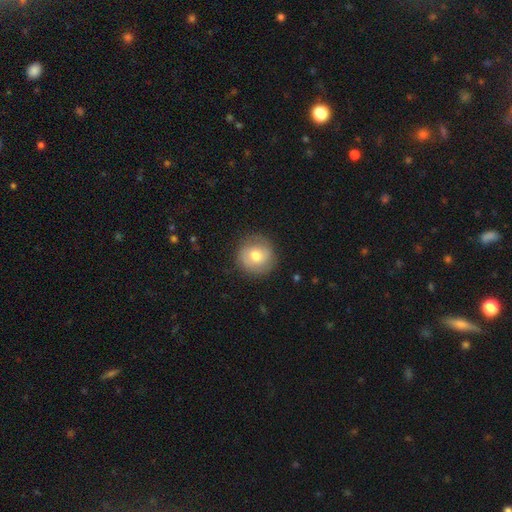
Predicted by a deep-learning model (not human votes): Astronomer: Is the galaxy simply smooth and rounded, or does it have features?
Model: smooth — 62%.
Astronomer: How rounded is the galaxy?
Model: round — 93%.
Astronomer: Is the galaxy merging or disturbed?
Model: none — 84%.